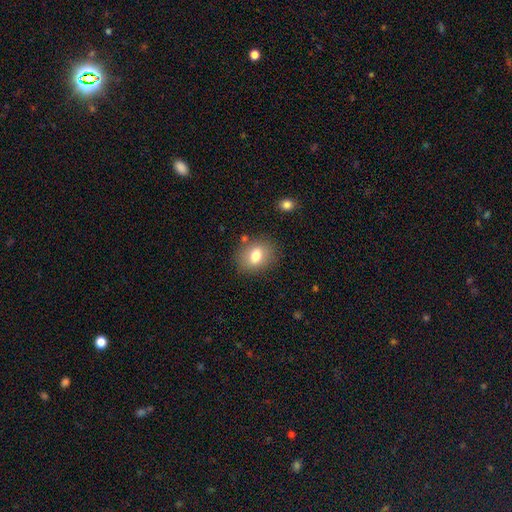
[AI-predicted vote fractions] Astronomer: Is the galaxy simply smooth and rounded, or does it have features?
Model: smooth — 76%.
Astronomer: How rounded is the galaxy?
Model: in between — 59% (runner-up: round, 40%).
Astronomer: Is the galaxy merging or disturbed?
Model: none — 80%.